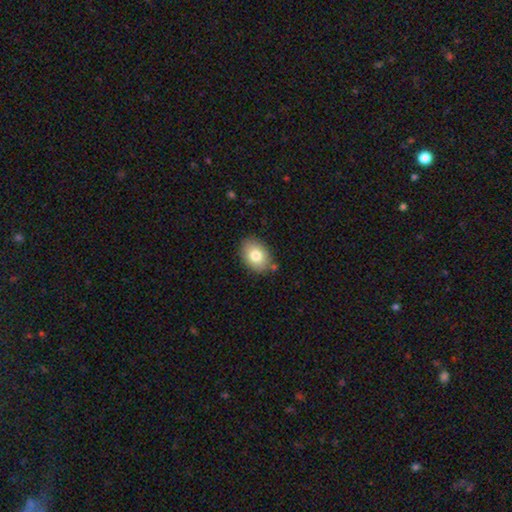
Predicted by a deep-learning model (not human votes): Smooth or featured? Predicted: smooth (p=0.80). How rounded? Predicted: in between (p=0.78). Merging? Predicted: none (p=0.83).